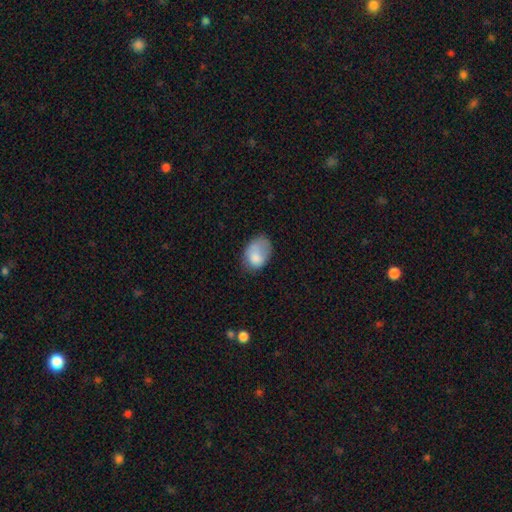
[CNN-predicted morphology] This is likely a smooth galaxy (78%). How rounded: clearly in between (80%). Merging: marginally none (43%).